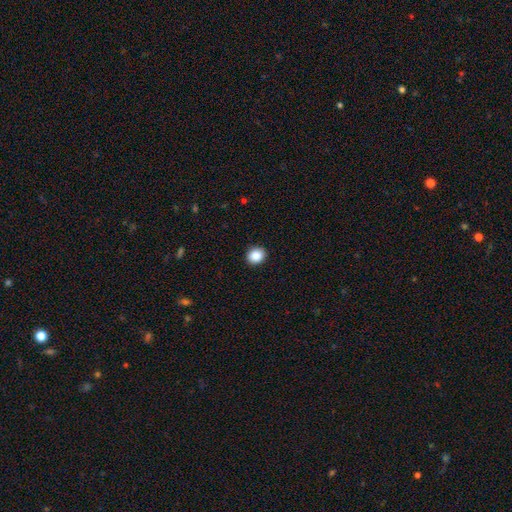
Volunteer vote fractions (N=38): Smooth or featured? smooth (89%)
How rounded? round (71%)
Merging? none (88%)